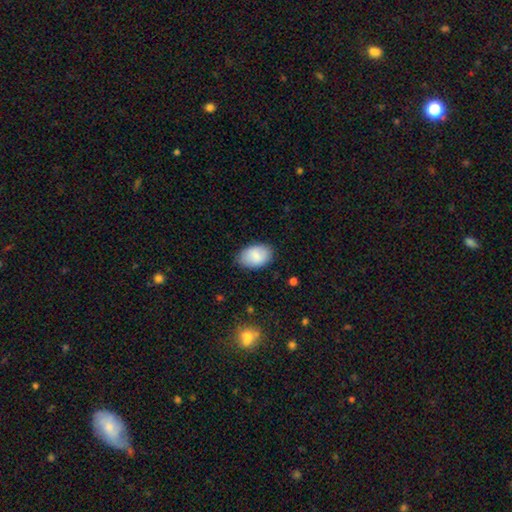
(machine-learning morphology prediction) A smooth galaxy with no disk features (85%) that is in between round and cigar-shaped (89%).

Vote fractions:
- Smooth or featured? smooth: 85% / featured or disk: 9% / star or artifact: 7%
- How rounded? in between: 89% / round: 10% / cigar-shaped: 1%
- Merging? none: 81% / minor disturbance: 15% / major disturbance: 3% / merger: 1%